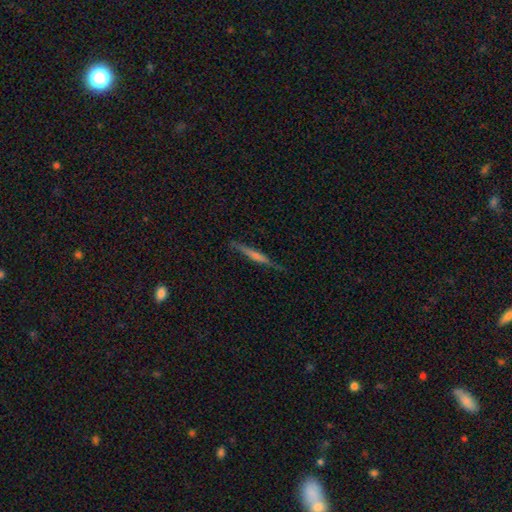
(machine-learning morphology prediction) Q: Smooth or featured?
A: featured or disk (63%); runner-up: smooth (25%)
Q: Edge-on disk?
A: yes (95%); runner-up: no (5%)
Q: Edge-on bulge?
A: rounded (52%); runner-up: none (34%)
Q: Merging?
A: none (88%); runner-up: minor disturbance (9%)